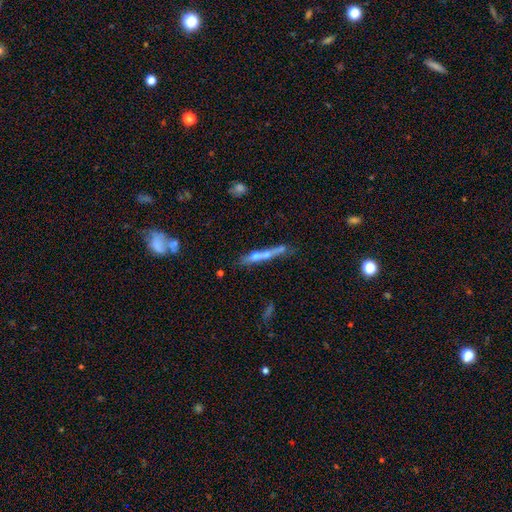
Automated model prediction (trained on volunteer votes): The model was most divided on "merging": merger: 42%, none: 37%, minor disturbance: 13%, major disturbance: 7%. More confident: edge-on disk — yes (75%); smooth or featured — featured or disk (51%).